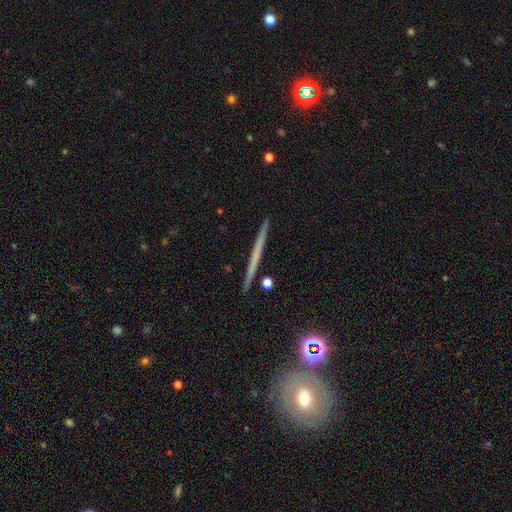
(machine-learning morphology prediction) A featured or disk galaxy (56%) viewed edge-on (97%) with no central bulge (88%). Merging: none (92%).